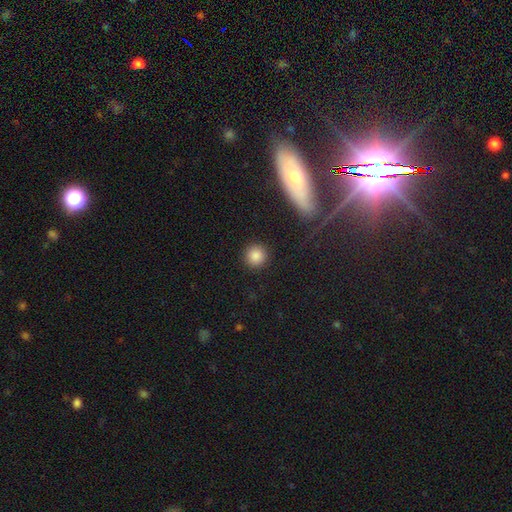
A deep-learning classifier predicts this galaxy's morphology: Q: Smooth or featured?
A: smooth (86%); runner-up: star or artifact (10%)
Q: How rounded?
A: round (94%); runner-up: in between (5%)
Q: Merging?
A: none (91%); runner-up: minor disturbance (5%)